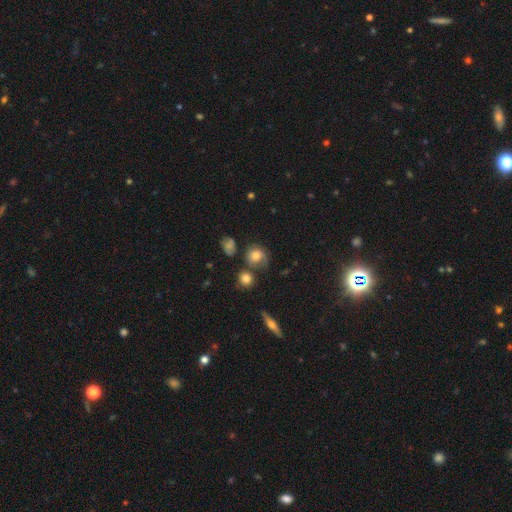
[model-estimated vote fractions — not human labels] Smooth or featured? smooth (57%)
How rounded? round (77%)
Merging? none (52%)